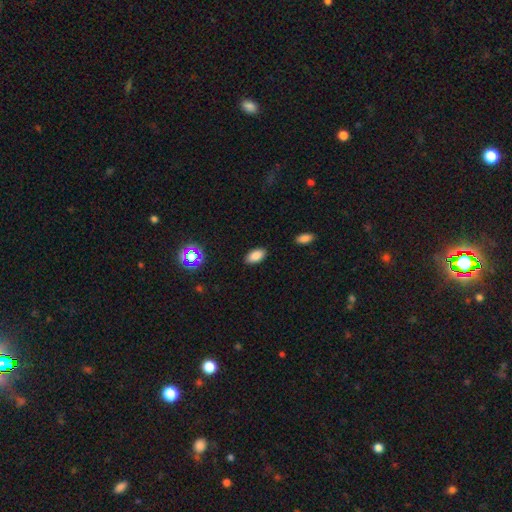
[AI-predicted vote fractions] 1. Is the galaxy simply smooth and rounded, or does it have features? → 84% smooth, 11% star or artifact, 5% featured or disk.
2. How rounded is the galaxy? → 93% in between, 5% round, 3% cigar-shaped.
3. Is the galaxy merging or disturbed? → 88% none, 8% minor disturbance, 2% major disturbance, 1% merger.